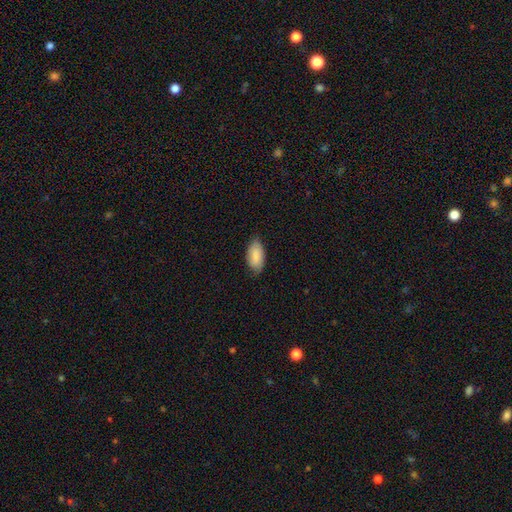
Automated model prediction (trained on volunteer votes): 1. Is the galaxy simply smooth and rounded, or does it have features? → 85% smooth, 9% featured or disk, 6% star or artifact.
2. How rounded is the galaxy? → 94% in between, 4% cigar-shaped, 2% round.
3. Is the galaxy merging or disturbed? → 75% none, 21% minor disturbance, 3% major disturbance, 1% merger.